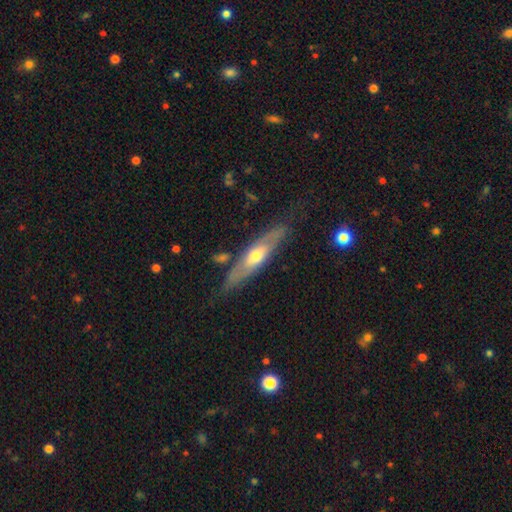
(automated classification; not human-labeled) Smooth or featured: featured or disk — 61% (smooth — 33%)
Edge-on disk: yes — 64% (no — 36%)
Merging: none — 77% (minor disturbance — 16%)